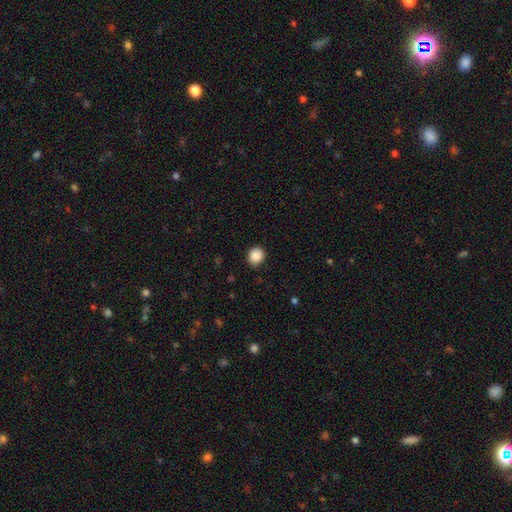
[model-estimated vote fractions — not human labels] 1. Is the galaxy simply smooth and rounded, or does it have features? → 88% smooth, 9% star or artifact, 3% featured or disk.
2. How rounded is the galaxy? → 76% round, 23% in between, 1% cigar-shaped.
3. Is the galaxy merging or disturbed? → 84% none, 12% minor disturbance, 2% major disturbance, 1% merger.